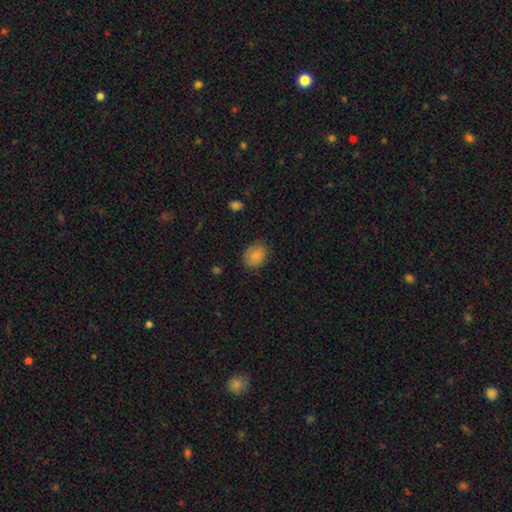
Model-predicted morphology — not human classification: A smooth galaxy with no disk features (85%) that is in between round and cigar-shaped (56%). Merging: none (78%).